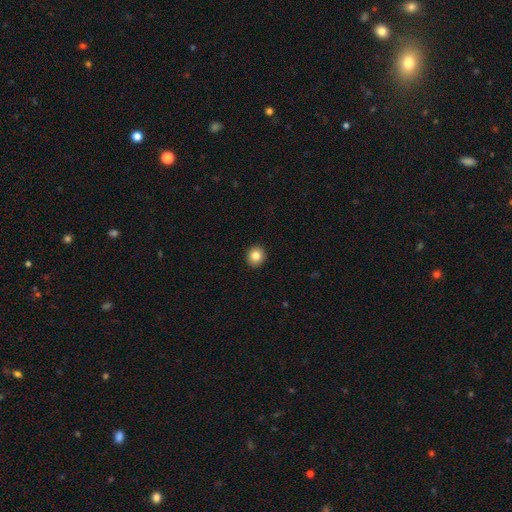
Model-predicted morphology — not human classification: Smooth or featured: smooth — 84% (star or artifact — 9%)
How rounded: round — 86% (in between — 13%)
Merging: none — 93% (minor disturbance — 5%)